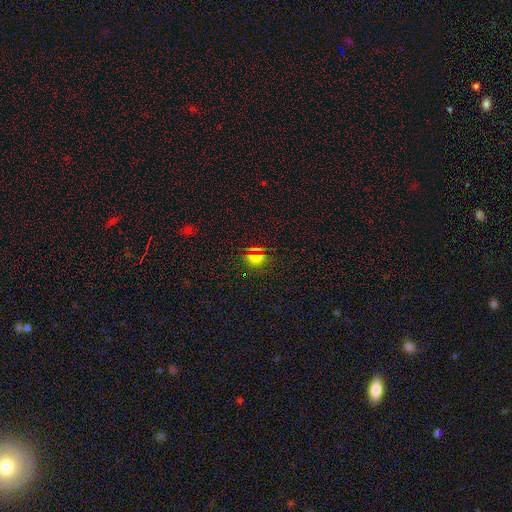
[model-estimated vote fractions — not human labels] A smooth galaxy with no disk features (63%) that is round (71%).

Vote fractions:
- Smooth or featured? smooth: 63% / star or artifact: 30% / featured or disk: 7%
- How rounded? round: 71% / in between: 26% / cigar-shaped: 3%
- Merging? none: 85% / minor disturbance: 10% / major disturbance: 4% / merger: 2%